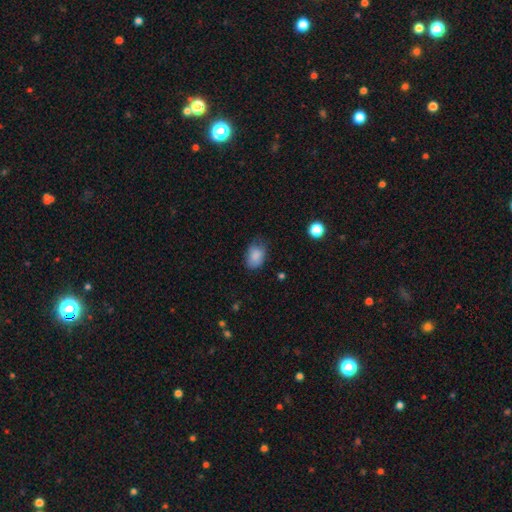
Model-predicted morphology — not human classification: This appears to be a smooth galaxy with no disk features (85%) that is in between round and cigar-shaped (79%). Merging: none (61%).